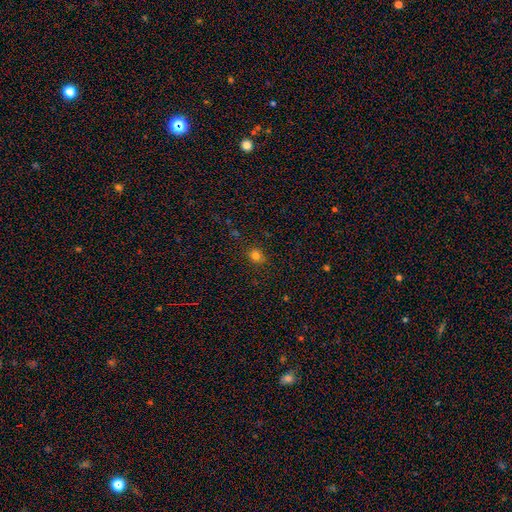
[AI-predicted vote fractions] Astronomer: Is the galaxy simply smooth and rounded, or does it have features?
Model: smooth — 79%.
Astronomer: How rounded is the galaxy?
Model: round — 77%.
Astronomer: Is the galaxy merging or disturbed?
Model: none — 86%.